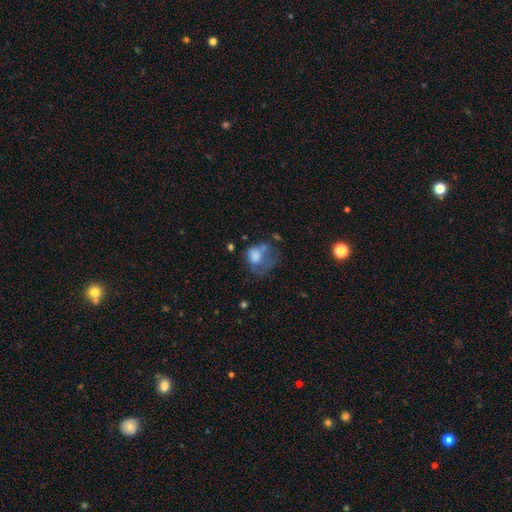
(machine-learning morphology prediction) A smooth galaxy with no disk features (56%) that is in between round and cigar-shaped (57%).

Vote fractions:
- Smooth or featured? smooth: 56% / featured or disk: 31% / star or artifact: 12%
- How rounded? in between: 57% / round: 42% / cigar-shaped: 1%
- Merging? major disturbance: 46% / none: 22% / minor disturbance: 20% / merger: 12%